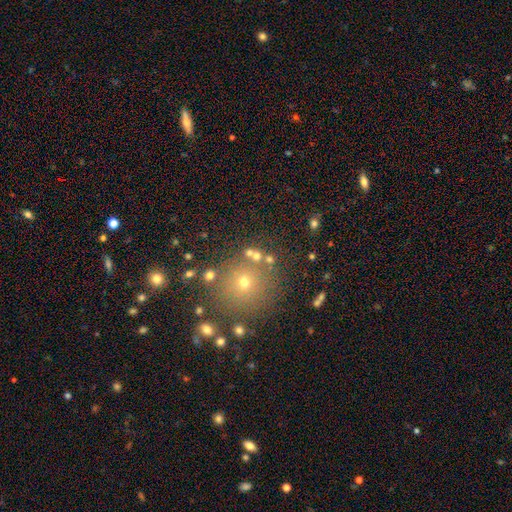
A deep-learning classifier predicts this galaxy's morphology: The model was most divided on "smooth or featured": smooth: 58%, star or artifact: 27%, featured or disk: 15%. More confident: how rounded — round (86%); merging — none (69%).